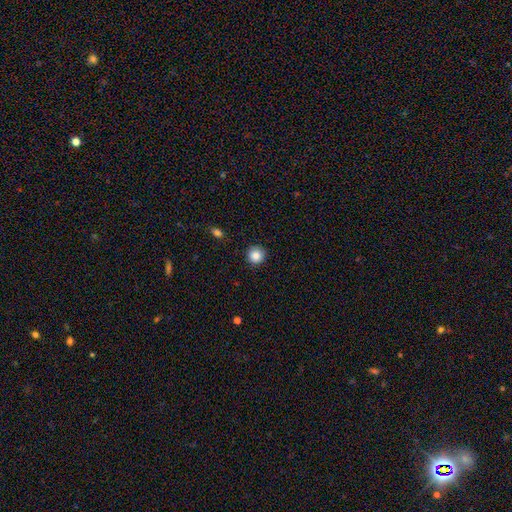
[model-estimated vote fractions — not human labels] smooth_or_featured: smooth (p=0.86) [alt: star or artifact p=0.10]
how_rounded: round (p=0.94) [alt: in between p=0.05]
merging: none (p=0.91) [alt: minor disturbance p=0.06]